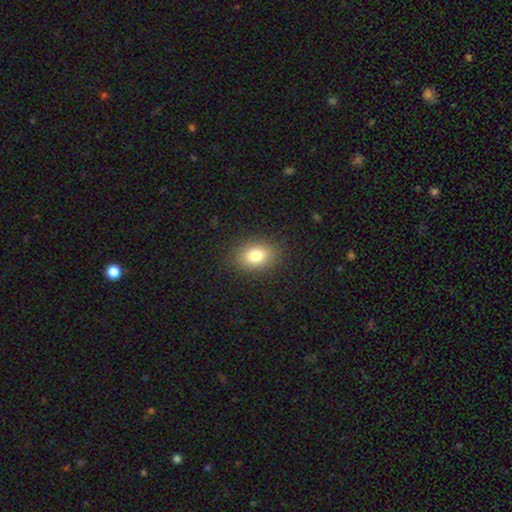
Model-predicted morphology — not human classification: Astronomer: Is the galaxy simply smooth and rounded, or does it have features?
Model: smooth — 80%.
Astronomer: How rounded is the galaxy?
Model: in between — 72%.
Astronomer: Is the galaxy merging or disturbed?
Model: none — 87%.